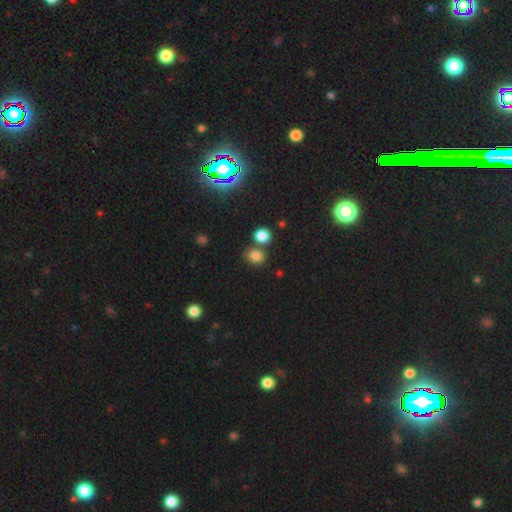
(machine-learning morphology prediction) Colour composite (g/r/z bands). It shows a smooth galaxy with no disk features (78%) that is round (68%). Merging: none (64%).